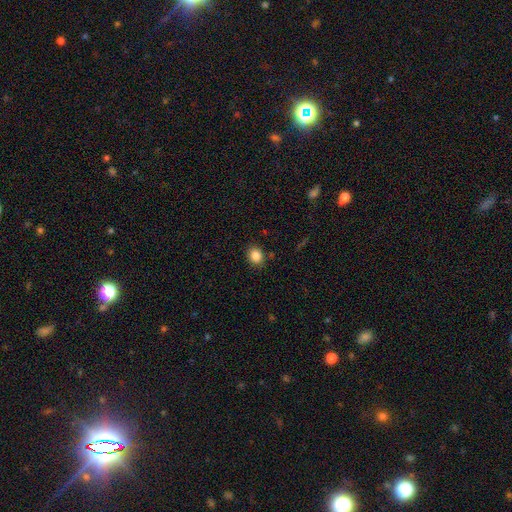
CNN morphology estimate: type=smooth (86%); roundness=round (65%); merging=none (87%).